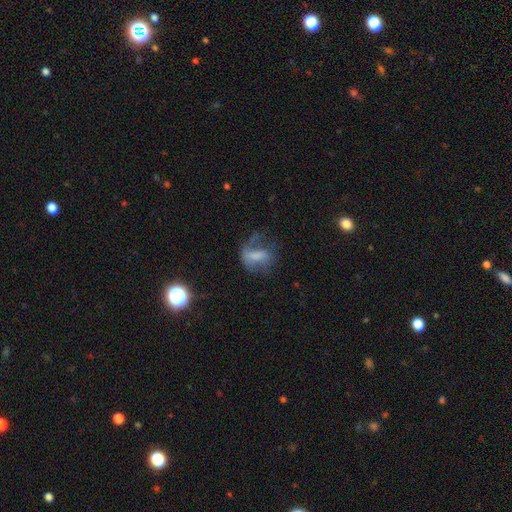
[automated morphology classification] Smooth or featured: smooth — 47% (featured or disk — 40%)
Merging: major disturbance — 37% (none — 35%)